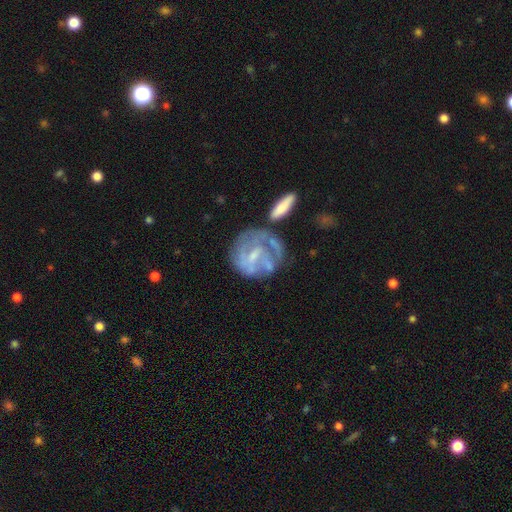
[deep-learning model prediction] A featured or disk galaxy (70%) with a weak bar (43%), spiral arms (60%) and a small central bulge (47%). Merging: none (42%).